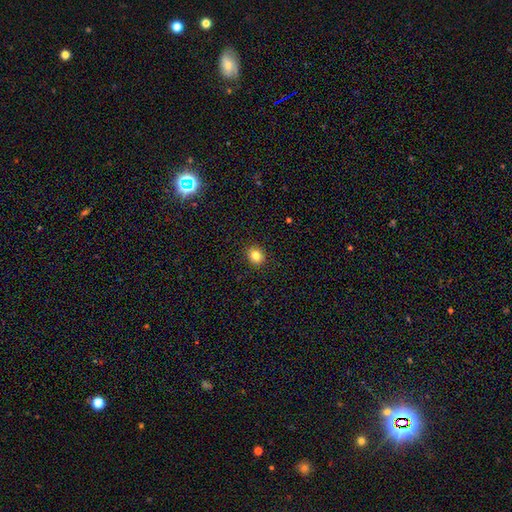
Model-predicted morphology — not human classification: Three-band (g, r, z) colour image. It shows a smooth galaxy with no disk features (82%) that is round (72%). Merging: none (91%).